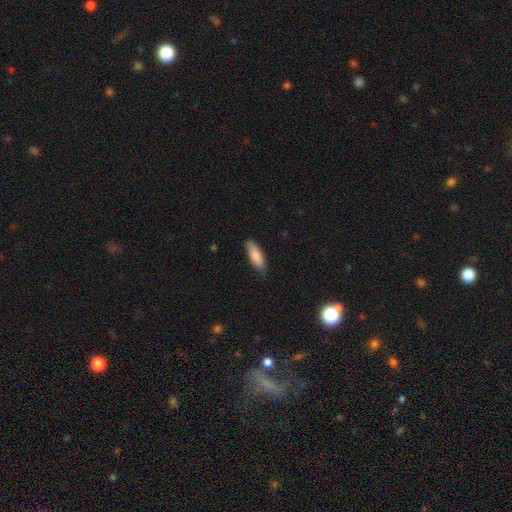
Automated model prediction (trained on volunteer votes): smooth_or_featured: smooth (p=0.85) [alt: featured or disk p=0.10]
how_rounded: in between (p=0.56) [alt: cigar-shaped p=0.43]
merging: none (p=0.79) [alt: minor disturbance p=0.18]